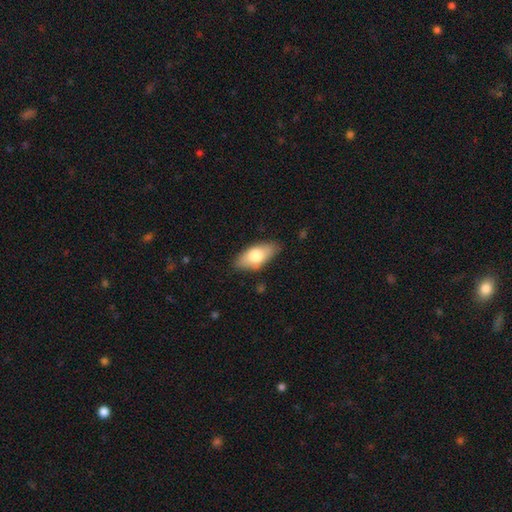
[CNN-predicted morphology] Smooth or featured? smooth (72%)
How rounded? in between (88%)
Merging? none (79%)